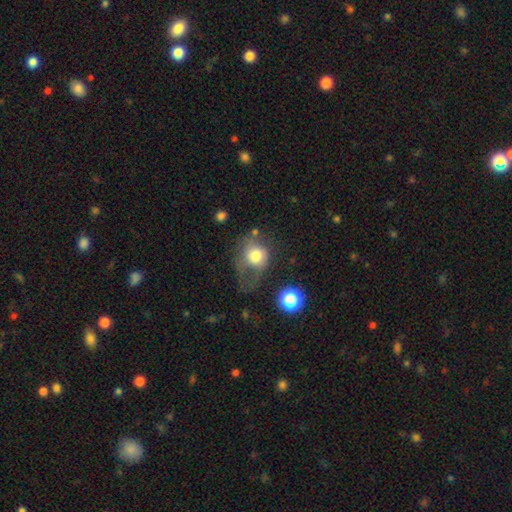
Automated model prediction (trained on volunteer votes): smooth 69%, featured or disk 21%, star or artifact 9%. Down the decision tree: how rounded — round (62%); merging — major disturbance (45%).